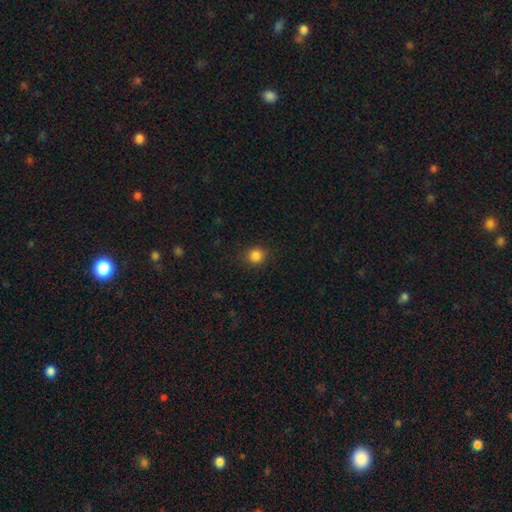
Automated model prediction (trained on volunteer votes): Smooth or featured? Predicted: smooth (p=0.85). How rounded? Predicted: round (p=0.88). Merging? Predicted: none (p=0.89).